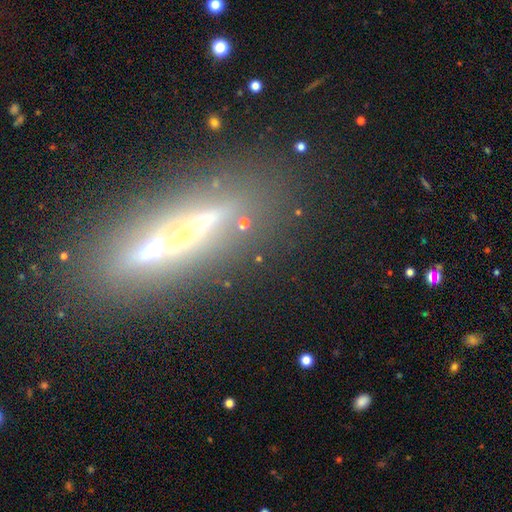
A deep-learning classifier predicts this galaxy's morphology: Q: Smooth or featured?
A: featured or disk (60%); runner-up: star or artifact (20%)
Q: Edge-on disk?
A: yes (84%); runner-up: no (16%)
Q: Merging?
A: none (77%); runner-up: minor disturbance (12%)